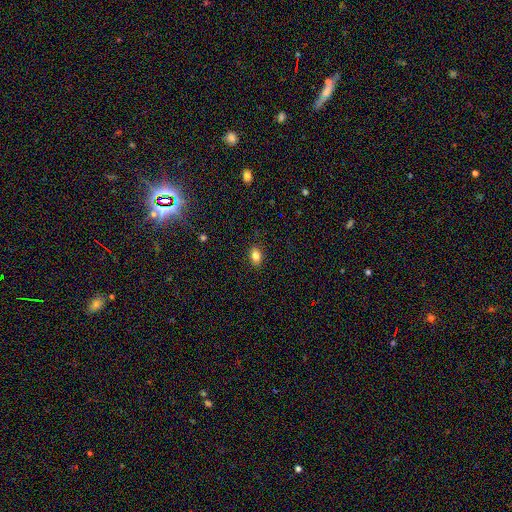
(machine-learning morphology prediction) Smooth or featured: smooth — 82% (star or artifact — 10%)
How rounded: in between — 83% (round — 14%)
Merging: none — 88% (minor disturbance — 9%)